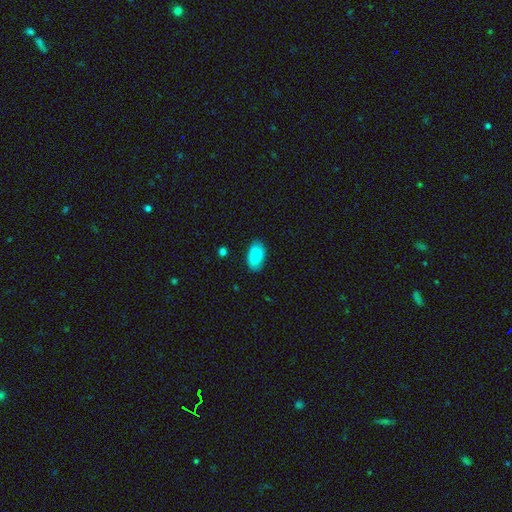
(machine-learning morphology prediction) This appears to be a smooth galaxy with no disk features (88%) that is in between round and cigar-shaped (94%). Merging: none (84%).